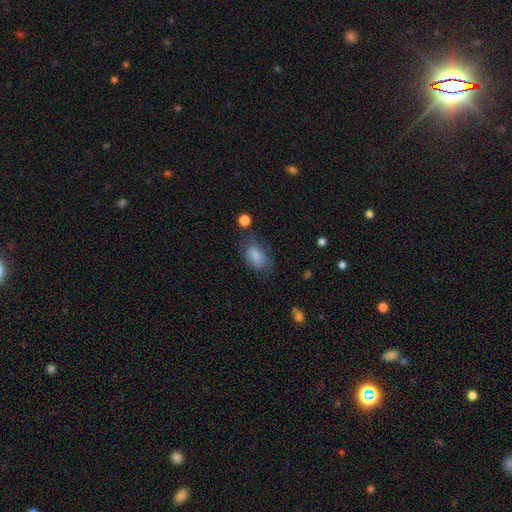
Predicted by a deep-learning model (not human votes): Smooth or featured: smooth — 77% (featured or disk — 14%)
How rounded: in between — 89% (round — 8%)
Merging: none — 48% (minor disturbance — 30%)